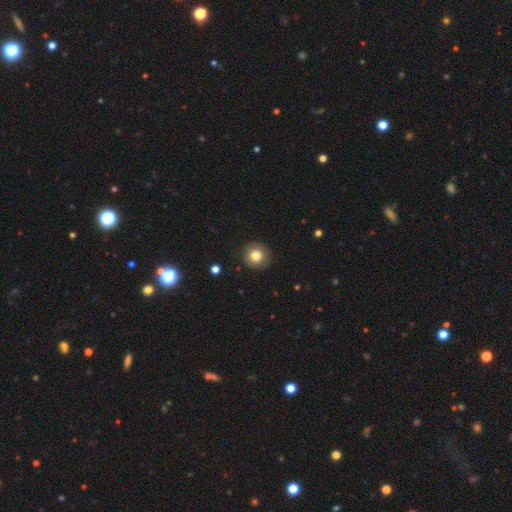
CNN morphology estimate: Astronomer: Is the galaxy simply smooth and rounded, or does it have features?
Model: smooth — 82%.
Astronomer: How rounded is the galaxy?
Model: round — 94%.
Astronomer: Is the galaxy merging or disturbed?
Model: none — 91%.